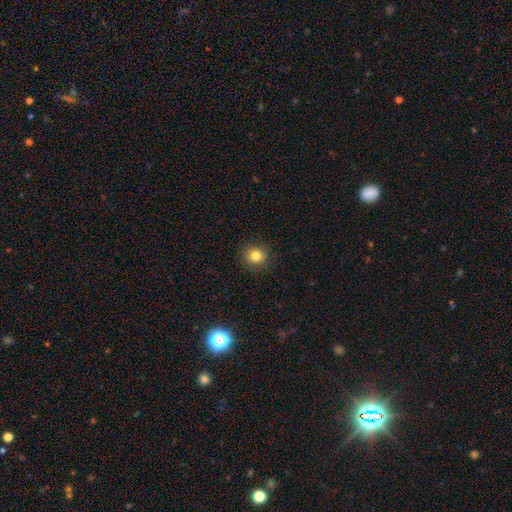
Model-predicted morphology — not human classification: Smooth or featured: smooth — 82% (star or artifact — 12%)
How rounded: round — 90% (in between — 9%)
Merging: none — 90% (minor disturbance — 6%)